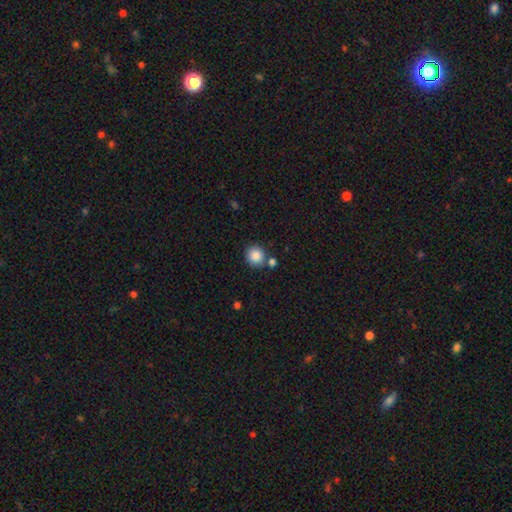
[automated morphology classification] This is clearly a smooth galaxy (87%). How rounded: clearly round (91%). Merging: likely none (76%).